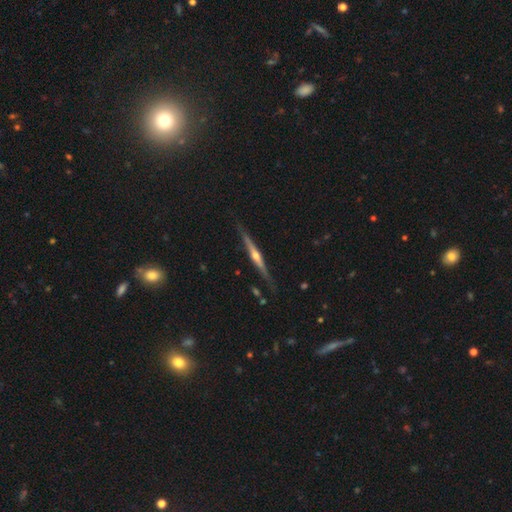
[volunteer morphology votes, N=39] Volunteers were most divided on "smooth or featured": featured or disk: 82%, smooth: 15%, star or artifact: 3%. More confident: edge-on disk — yes (100%); edge-on bulge — rounded (91%); merging — none (82%).